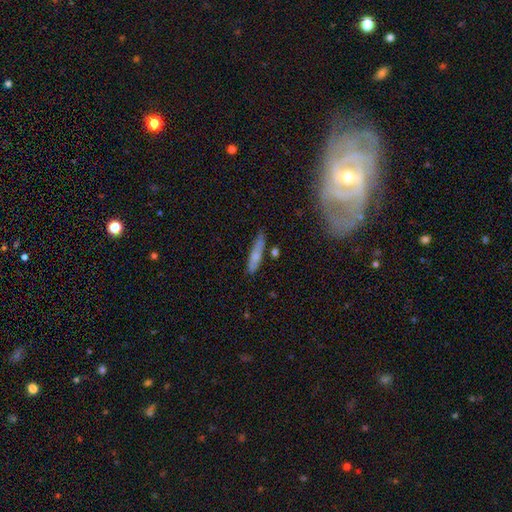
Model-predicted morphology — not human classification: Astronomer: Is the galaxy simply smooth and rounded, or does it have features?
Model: smooth — 64%.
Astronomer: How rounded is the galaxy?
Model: cigar-shaped — 86%.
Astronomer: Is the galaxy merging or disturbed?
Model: none — 74%.